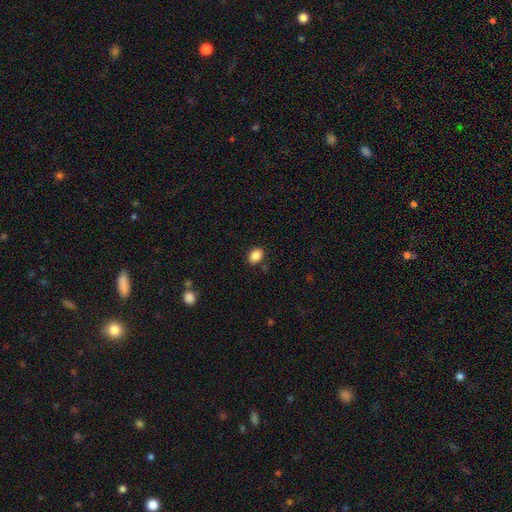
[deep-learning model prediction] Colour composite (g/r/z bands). It shows a smooth galaxy with no disk features (87%) that is in between round and cigar-shaped (74%). Merging: none (85%).